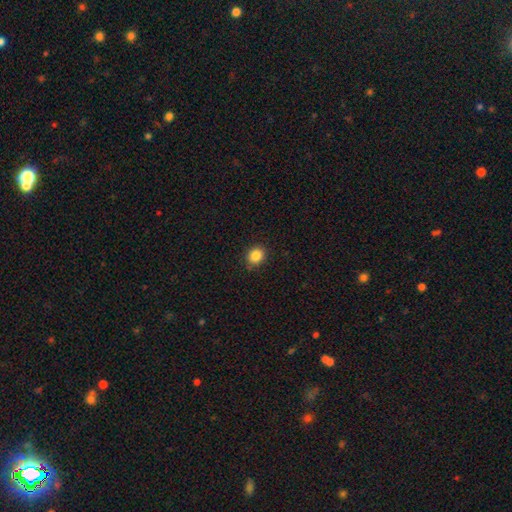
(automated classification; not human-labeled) Smooth or featured: smooth — 85% (star or artifact — 11%)
How rounded: round — 76% (in between — 23%)
Merging: none — 88% (minor disturbance — 9%)